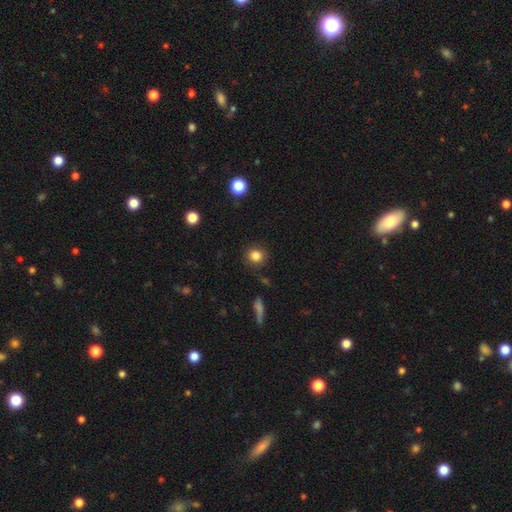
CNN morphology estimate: Smooth or featured: smooth — 85% (star or artifact — 11%)
How rounded: round — 85% (in between — 14%)
Merging: none — 87% (minor disturbance — 9%)